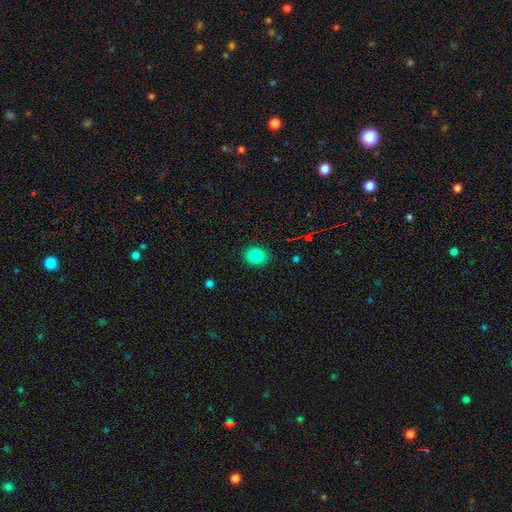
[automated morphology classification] smooth_or_featured: smooth (p=0.85) [alt: star or artifact p=0.10]
how_rounded: in between (p=0.51) [alt: round p=0.48]
merging: none (p=0.88) [alt: minor disturbance p=0.08]